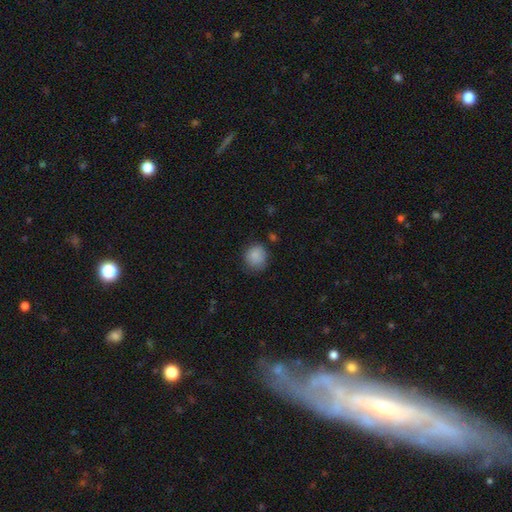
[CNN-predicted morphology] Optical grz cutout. It shows a smooth galaxy with no disk features (86%) that is round (79%). Merging: none (75%).